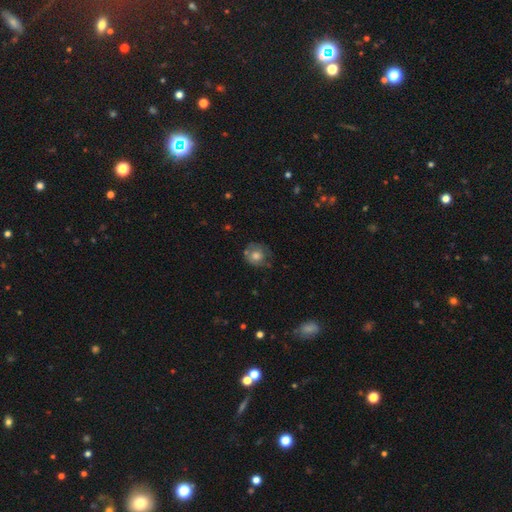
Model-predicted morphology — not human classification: smooth 64%, featured or disk 27%, star or artifact 9%. Down the decision tree: how rounded — round (81%); merging — none (60%).